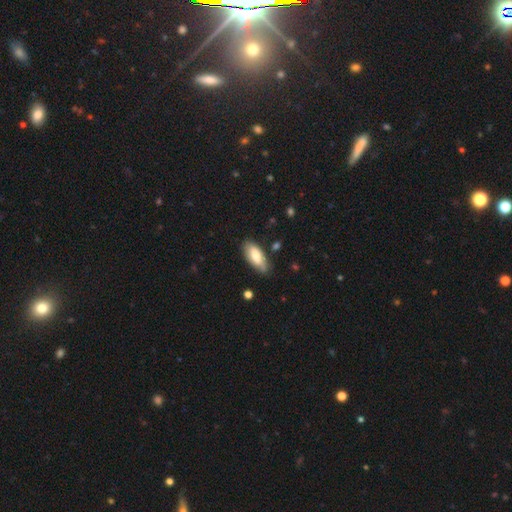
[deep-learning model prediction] Smooth or featured: smooth — 69% (featured or disk — 25%)
How rounded: in between — 85% (cigar-shaped — 13%)
Merging: none — 75% (minor disturbance — 20%)